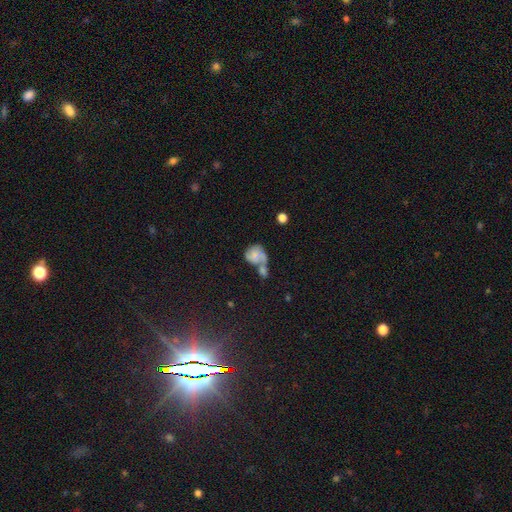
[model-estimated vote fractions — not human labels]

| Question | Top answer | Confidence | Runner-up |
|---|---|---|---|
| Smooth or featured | smooth | 48% | featured or disk (41%) |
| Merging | merger | 54% | none (19%) |